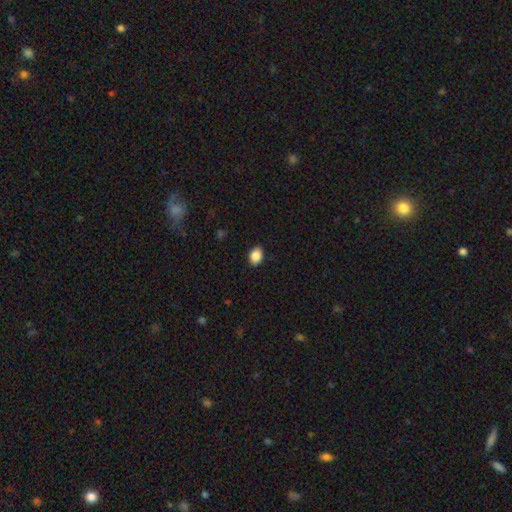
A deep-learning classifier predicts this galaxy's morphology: smooth 88%, star or artifact 8%, featured or disk 4%. Down the decision tree: how rounded — in between (77%); merging — none (88%).